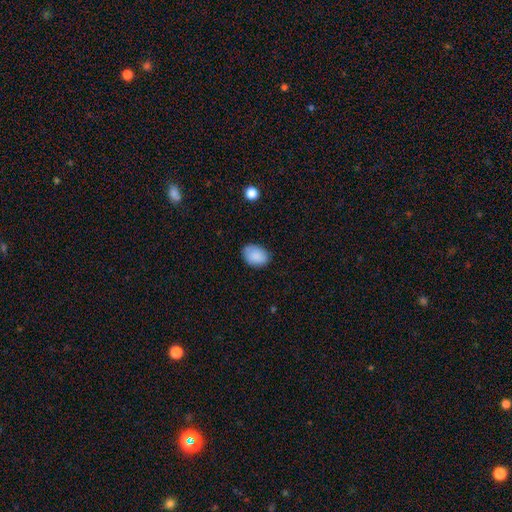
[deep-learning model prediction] smooth 88%, star or artifact 7%, featured or disk 5%. Down the decision tree: how rounded — in between (76%); merging — none (79%).